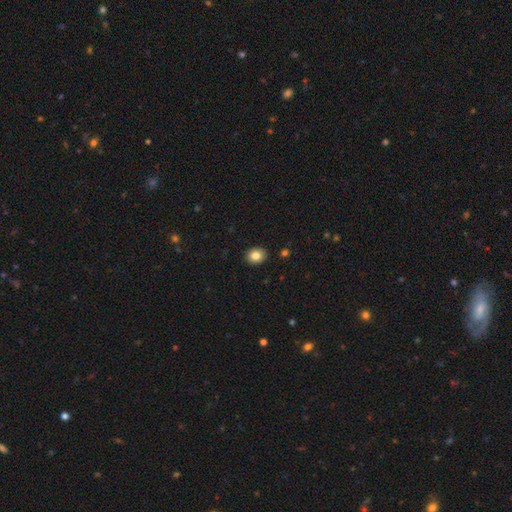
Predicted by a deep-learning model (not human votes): Smooth or featured? smooth (82%)
How rounded? round (55%)
Merging? none (90%)